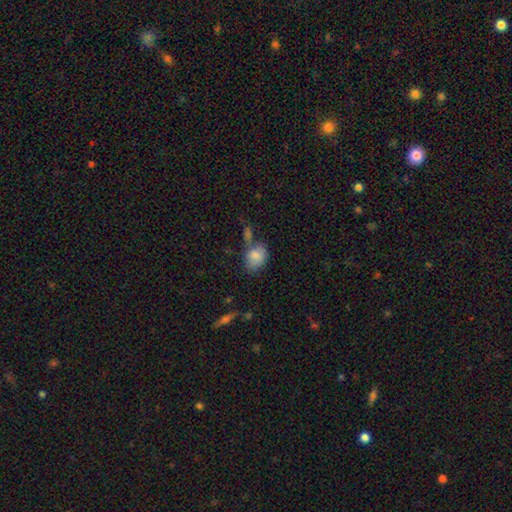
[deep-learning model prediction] Smooth or featured? smooth (80%)
How rounded? in between (75%)
Merging? none (47%)